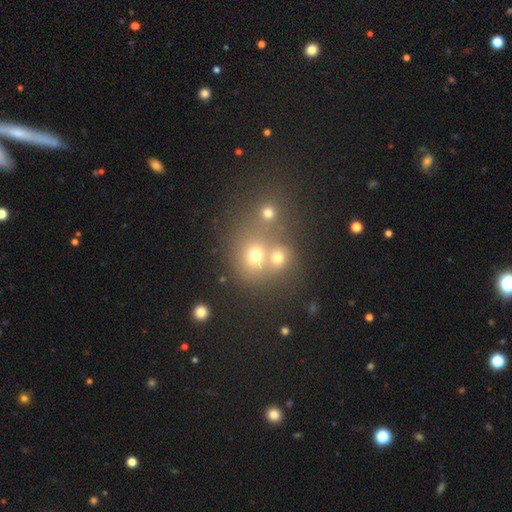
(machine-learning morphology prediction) A smooth galaxy with no disk features (64%) that is round (72%).

Vote fractions:
- Smooth or featured? smooth: 64% / star or artifact: 21% / featured or disk: 15%
- How rounded? round: 72% / in between: 27% / cigar-shaped: 1%
- Merging? merger: 46% / none: 41% / minor disturbance: 8% / major disturbance: 4%